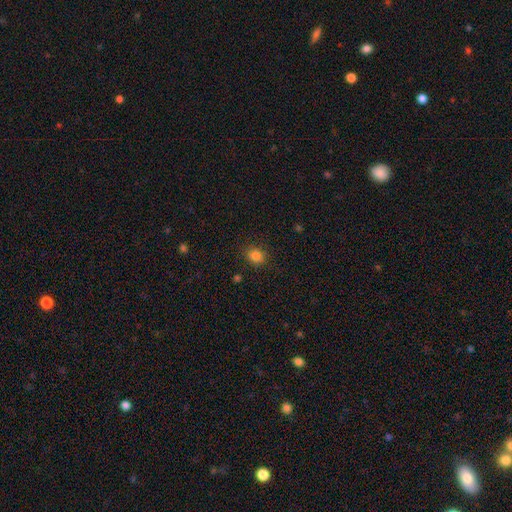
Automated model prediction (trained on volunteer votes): Overall: smooth (83%). How rounded: round (70%). Merging: none (87%).